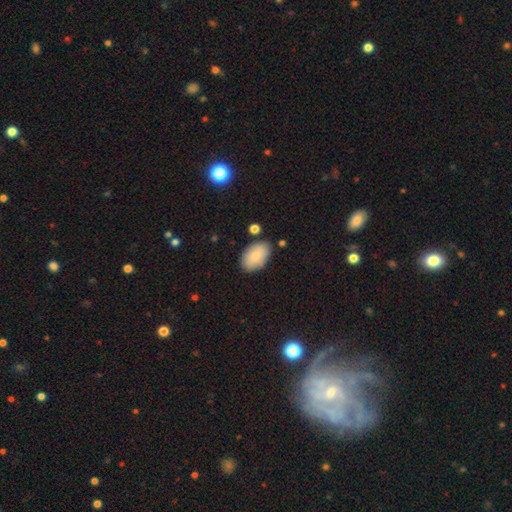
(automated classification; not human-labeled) Smooth or featured? Predicted: smooth (p=0.86). How rounded? Predicted: in between (p=0.94). Merging? Predicted: none (p=0.80).